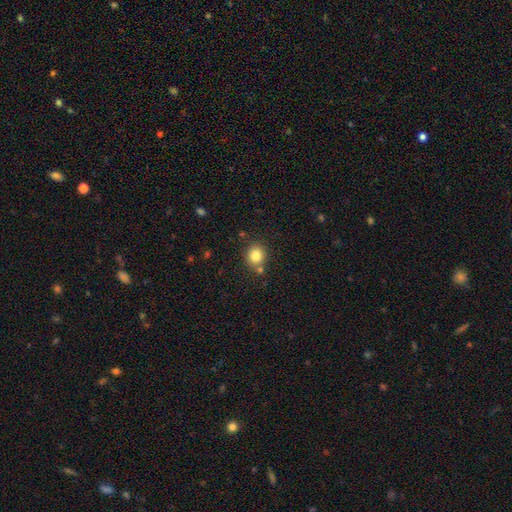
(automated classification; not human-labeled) This is clearly a smooth galaxy (82%). How rounded: likely round (79%). Merging: likely none (78%).